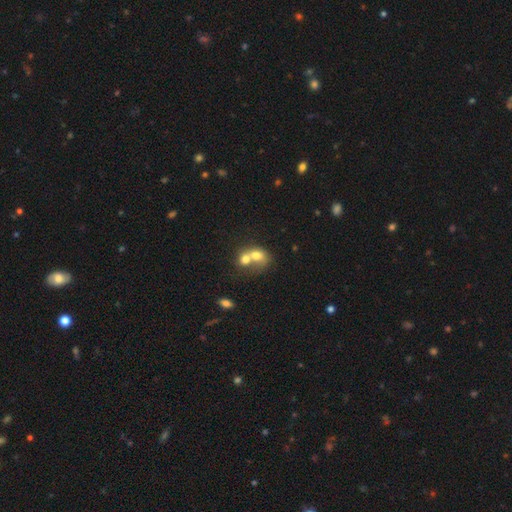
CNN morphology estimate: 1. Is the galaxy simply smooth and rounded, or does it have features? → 68% smooth, 23% featured or disk, 9% star or artifact.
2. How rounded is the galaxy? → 49% in between (tied), 49% round (tied), 1% cigar-shaped.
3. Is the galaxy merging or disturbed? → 77% merger, 14% none, 5% minor disturbance, 4% major disturbance.